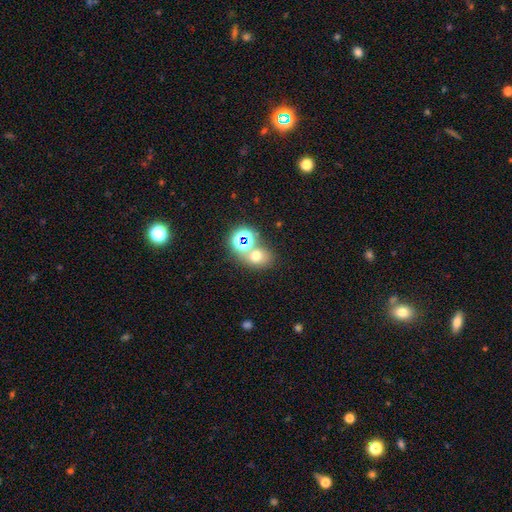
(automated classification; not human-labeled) Overall: smooth (60%; star or artifact 27%). How rounded: round (56%; in between 43%). Merging: none (56%; merger 30%).